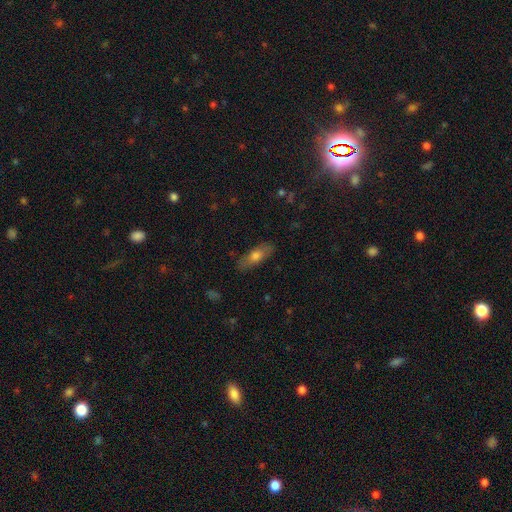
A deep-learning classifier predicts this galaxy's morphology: smooth_or_featured: smooth (p=0.67) [alt: featured or disk p=0.26]
how_rounded: in between (p=0.68) [alt: cigar-shaped p=0.29]
merging: none (p=0.83) [alt: minor disturbance p=0.13]